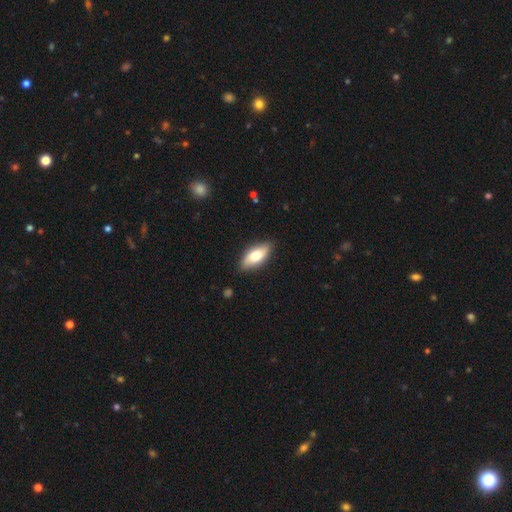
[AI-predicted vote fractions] This is likely a smooth galaxy (73%). How rounded: clearly in between (84%). Merging: clearly none (85%).